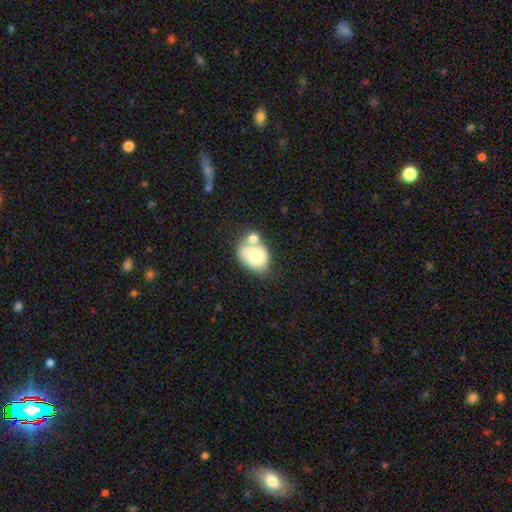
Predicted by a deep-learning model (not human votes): This appears to be a smooth galaxy with no disk features (68%) that is in between round and cigar-shaped (64%). Merging: merger (41%).